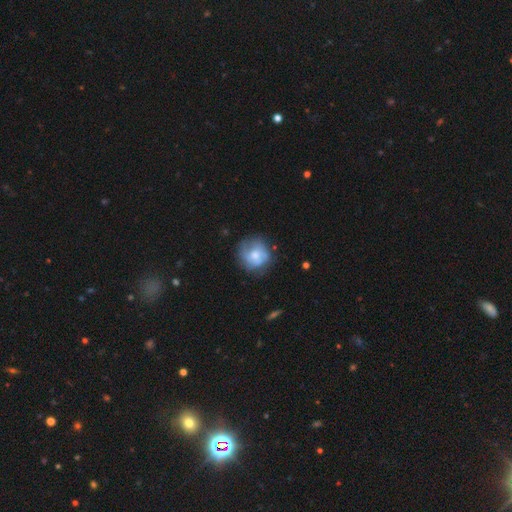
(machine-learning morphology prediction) Overall: smooth (53%; featured or disk 40%). How rounded: round (87%). Merging: none (63%; minor disturbance 24%).